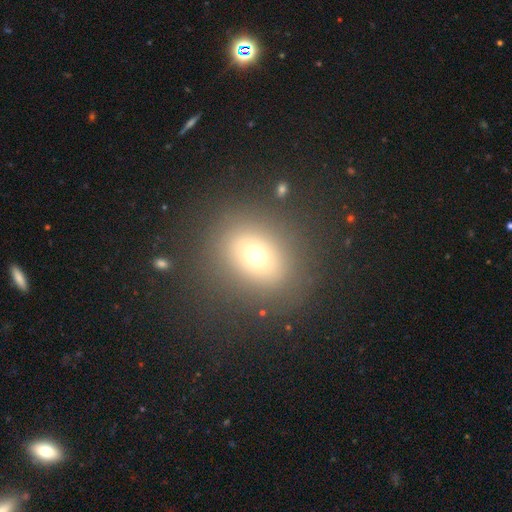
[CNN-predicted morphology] A smooth galaxy with no disk features (66%) that is round (60%). Merging: none (79%).